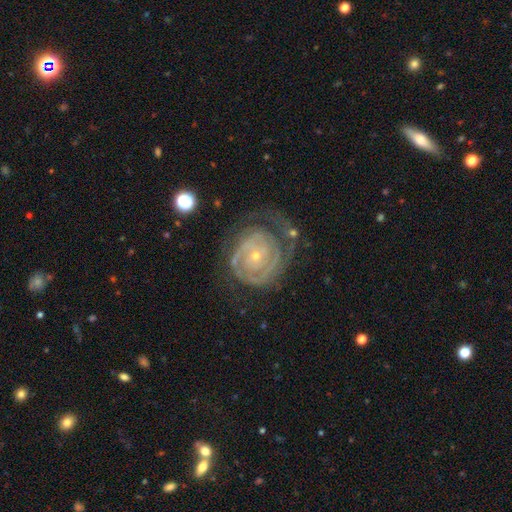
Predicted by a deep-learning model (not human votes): featured or disk 87%, smooth 7%, star or artifact 5%. Down the decision tree: edge-on disk — no (98%); bar — no (74%); spiral arms — yes (94%); spiral arm count — 2 (38%); spiral winding — tight (79%); bulge size — small (80%); merging — none (56%).